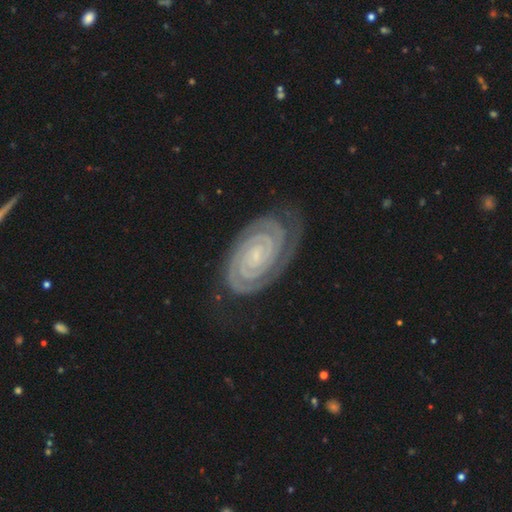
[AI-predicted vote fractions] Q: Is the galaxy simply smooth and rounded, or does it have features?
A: featured or disk — 92%.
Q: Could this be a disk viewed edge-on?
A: no — 98%.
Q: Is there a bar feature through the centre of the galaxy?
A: no — 60%.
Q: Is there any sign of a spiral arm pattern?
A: yes — 99%.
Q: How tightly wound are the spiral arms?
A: tight — 89%.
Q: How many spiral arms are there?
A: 2 — 80%.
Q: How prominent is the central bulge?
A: small — 79%.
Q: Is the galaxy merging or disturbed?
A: none — 80%.